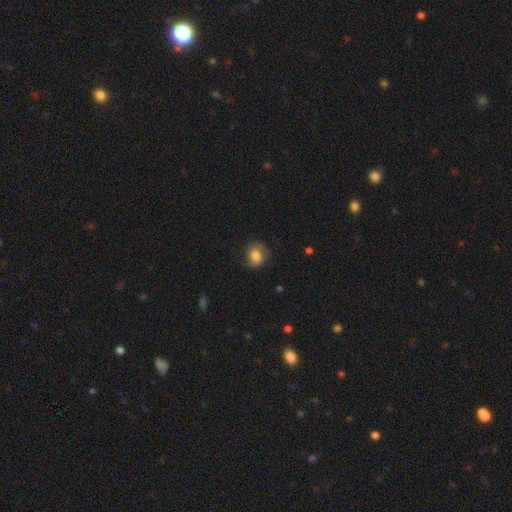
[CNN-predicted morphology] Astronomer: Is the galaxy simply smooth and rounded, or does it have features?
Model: smooth — 58% (runner-up: featured or disk, 33%).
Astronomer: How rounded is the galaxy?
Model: round — 53% (runner-up: in between, 46%).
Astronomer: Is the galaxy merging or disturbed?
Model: none — 60%.